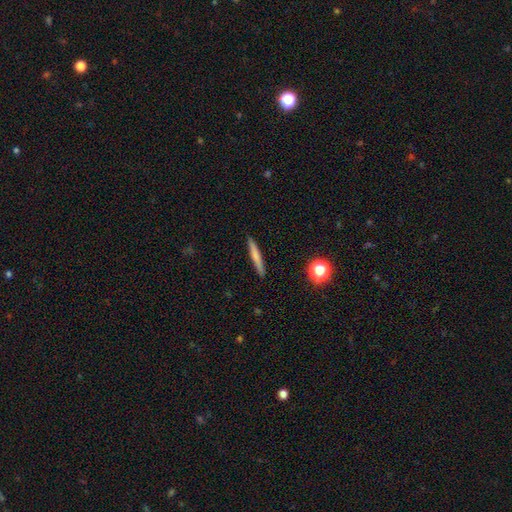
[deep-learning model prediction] Smooth or featured? smooth (65%)
How rounded? cigar-shaped (94%)
Merging? none (90%)